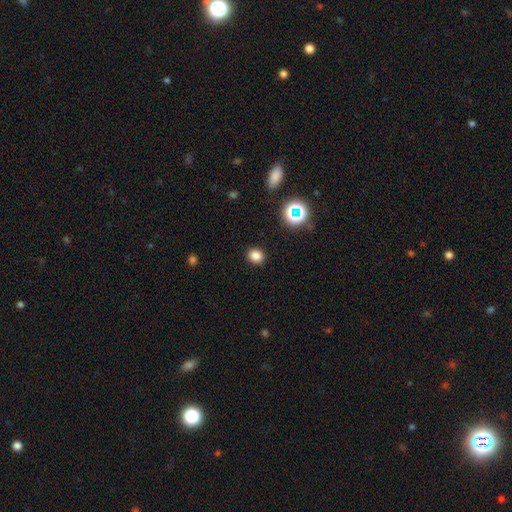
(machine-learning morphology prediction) This is likely a smooth galaxy (80%). How rounded: likely round (74%). Merging: clearly none (90%).